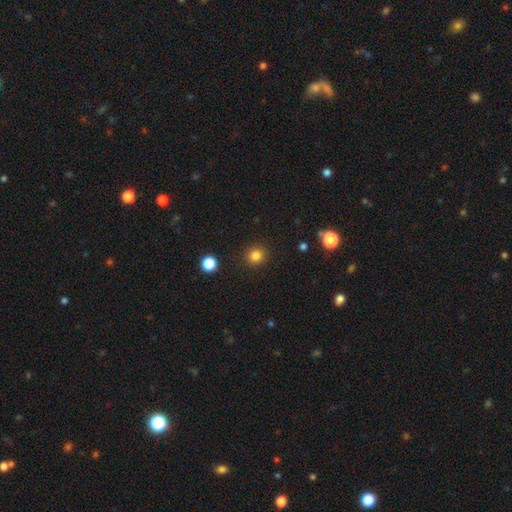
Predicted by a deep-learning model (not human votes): Morphology: type=smooth (83%); roundness=round (89%); merging=none (91%).